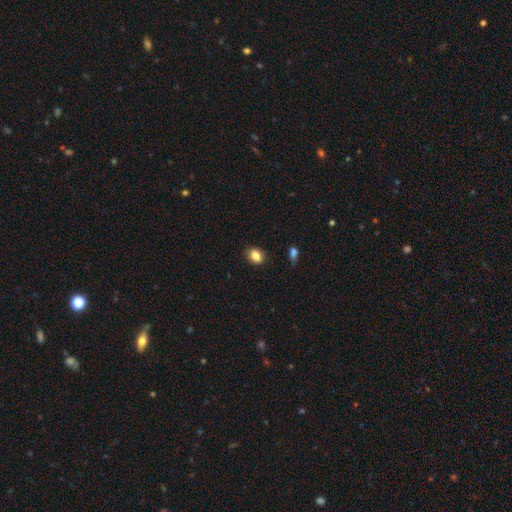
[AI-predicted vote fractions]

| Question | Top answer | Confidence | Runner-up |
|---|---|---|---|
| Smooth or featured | smooth | 84% | star or artifact (10%) |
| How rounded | in between | 58% | round (40%) |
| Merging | none | 86% | minor disturbance (11%) |